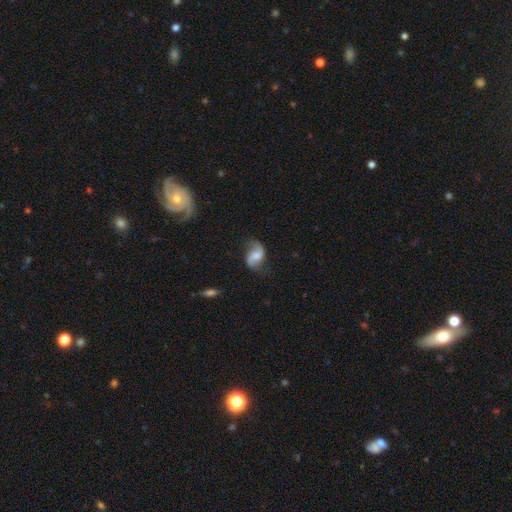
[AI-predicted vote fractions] Morphology: type=featured or disk (67%); edge-on=no (97%); bar=no (43%, tied with weak); spiral arms=yes (92%); winding=loose (69%); arm count=2 (89%); bulge=moderate (49%); merging=none (67%).